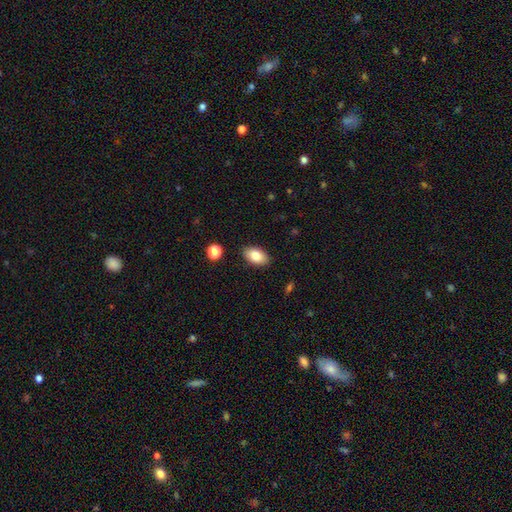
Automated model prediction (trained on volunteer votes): smooth_or_featured: smooth (p=0.83) [alt: featured or disk p=0.09]
how_rounded: in between (p=0.93) [alt: round p=0.06]
merging: none (p=0.88) [alt: minor disturbance p=0.08]